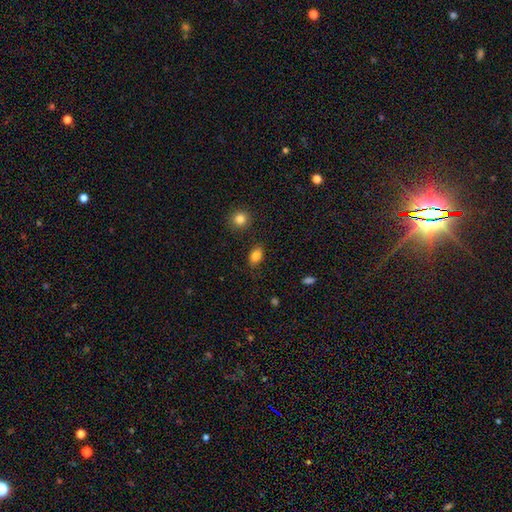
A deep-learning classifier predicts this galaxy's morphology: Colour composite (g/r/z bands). It shows a smooth galaxy with no disk features (84%) that is in between round and cigar-shaped (83%). Merging: none (84%).